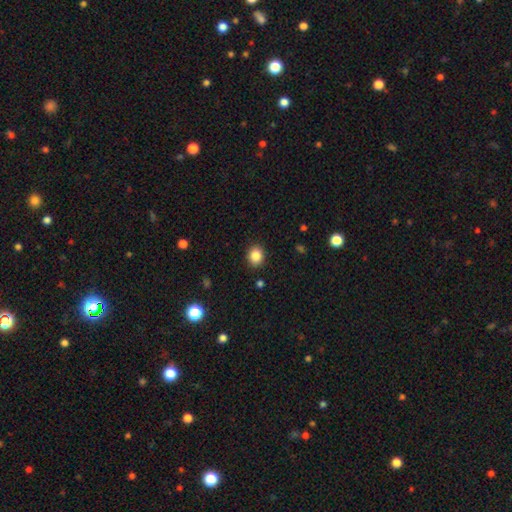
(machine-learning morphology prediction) smooth_or_featured: smooth (p=0.86) [alt: star or artifact p=0.10]
how_rounded: round (p=0.68) [alt: in between p=0.31]
merging: none (p=0.89) [alt: minor disturbance p=0.07]